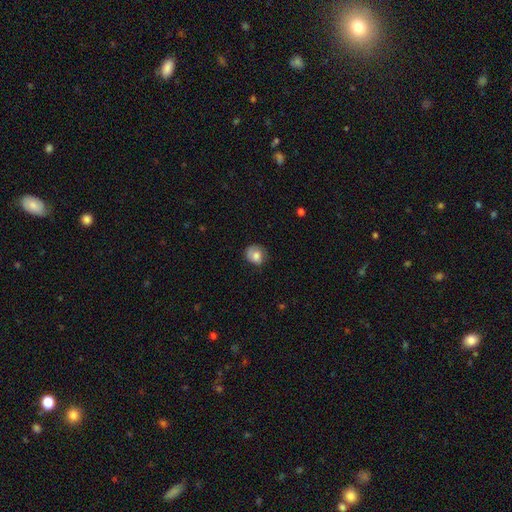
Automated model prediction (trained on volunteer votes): Smooth or featured?
  - smooth: 73% *
  - featured or disk: 19%
  - star or artifact: 8%
How rounded?
  - round: 71% *
  - in between: 28%
  - cigar-shaped: 1%
Merging?
  - none: 63% *
  - minor disturbance: 26%
  - major disturbance: 10%
  - merger: 1%